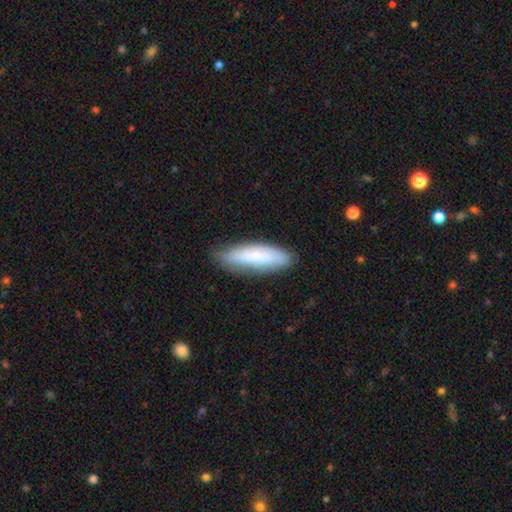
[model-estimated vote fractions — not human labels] smooth-or-featured: smooth: 73% | featured or disk: 20% | star or artifact: 7%
  how-rounded: cigar-shaped: 60% | in between: 39% | round: 2%
  merging: none: 77% | minor disturbance: 18% | major disturbance: 3% | merger: 2%